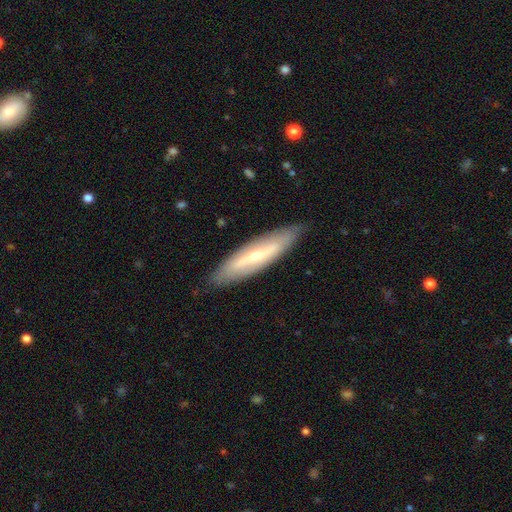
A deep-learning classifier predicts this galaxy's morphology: Overall: featured or disk (58%; smooth 36%). Edge-on disk: yes (52%; no 48%). Merging: none (85%).